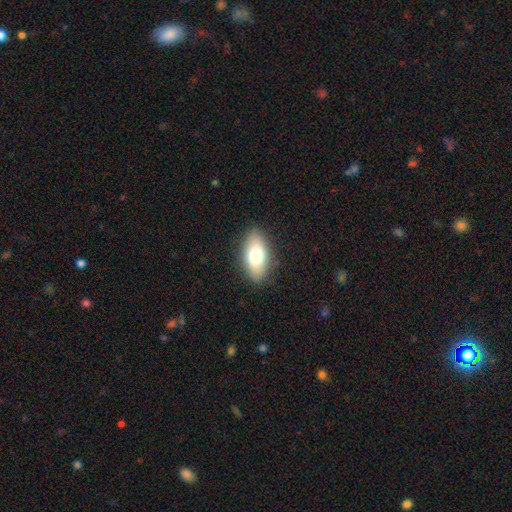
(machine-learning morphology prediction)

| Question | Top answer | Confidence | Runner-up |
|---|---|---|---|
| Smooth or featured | smooth | 73% | featured or disk (20%) |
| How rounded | in between | 89% | cigar-shaped (7%) |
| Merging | none | 87% | minor disturbance (10%) |